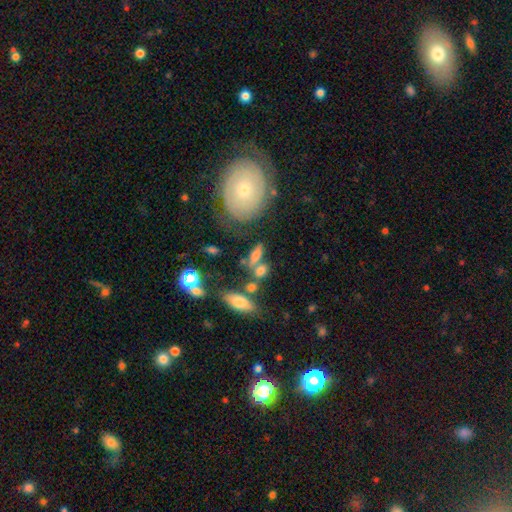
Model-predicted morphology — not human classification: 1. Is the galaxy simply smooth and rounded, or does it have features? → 61% smooth, 25% featured or disk, 14% star or artifact.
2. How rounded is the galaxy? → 65% in between, 20% cigar-shaped, 15% round.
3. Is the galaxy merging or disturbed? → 50% none, 25% merger, 16% minor disturbance, 9% major disturbance.